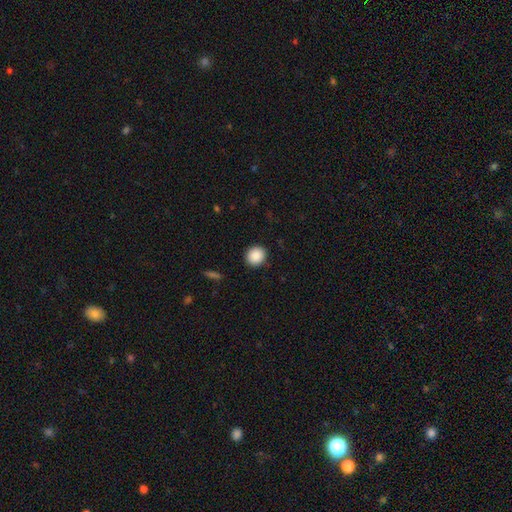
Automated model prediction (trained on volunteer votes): Smooth or featured: smooth — 89% (star or artifact — 8%)
How rounded: round — 86% (in between — 13%)
Merging: none — 91% (minor disturbance — 6%)